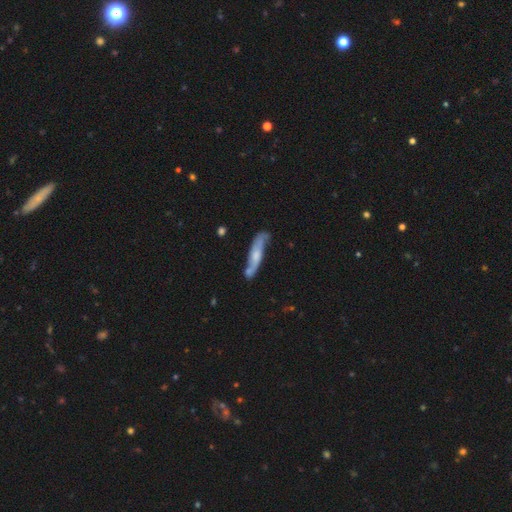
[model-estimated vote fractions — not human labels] Smooth or featured? featured or disk (60%)
Edge-on disk? no (53%)
Merging? none (67%)